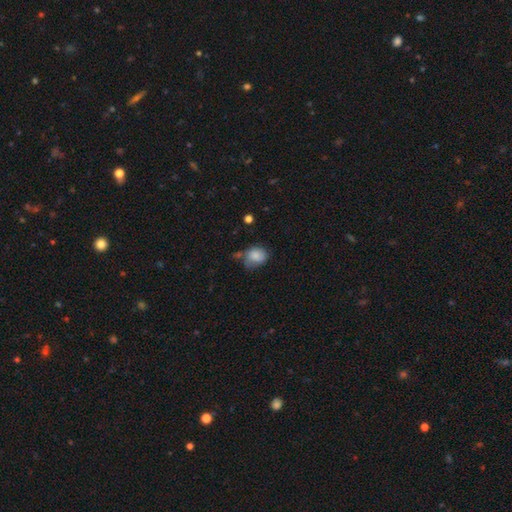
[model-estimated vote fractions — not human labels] A smooth galaxy with no disk features (79%) that is round (54%). Merging: none (46%).